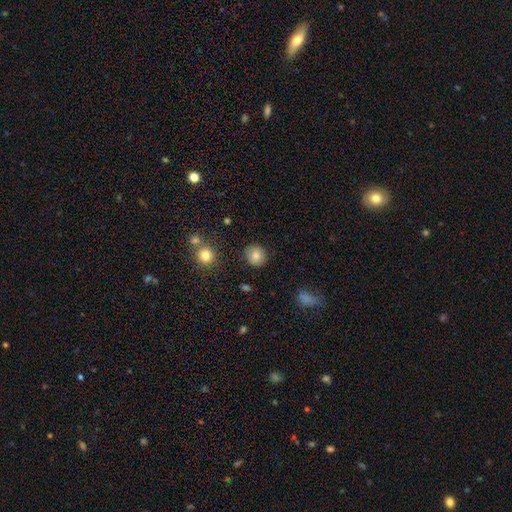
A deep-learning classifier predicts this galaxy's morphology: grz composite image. It shows a smooth galaxy with no disk features (83%) that is round (89%). Merging: none (87%).